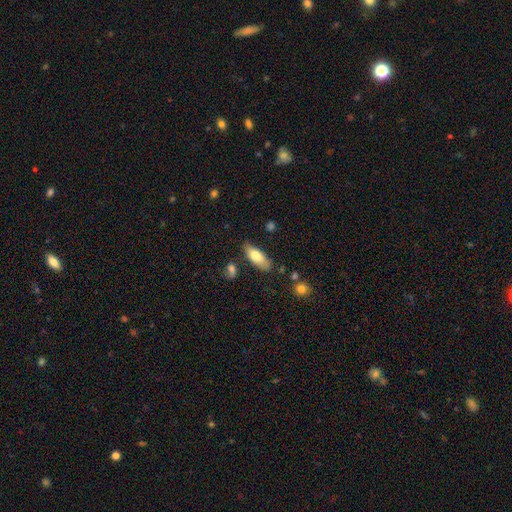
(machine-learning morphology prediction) smooth_or_featured: smooth (p=0.75) [alt: featured or disk p=0.18]
how_rounded: in between (p=0.76) [alt: cigar-shaped p=0.22]
merging: none (p=0.73) [alt: minor disturbance p=0.19]